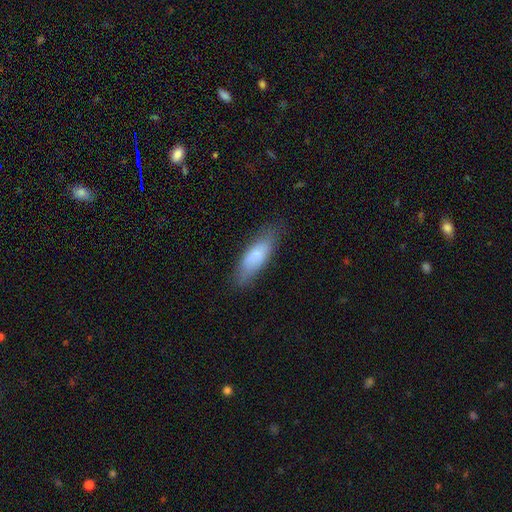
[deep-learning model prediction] smooth_or_featured: smooth (p=0.76) [alt: featured or disk p=0.18]
how_rounded: in between (p=0.56) [alt: cigar-shaped p=0.42]
merging: none (p=0.74) [alt: minor disturbance p=0.19]